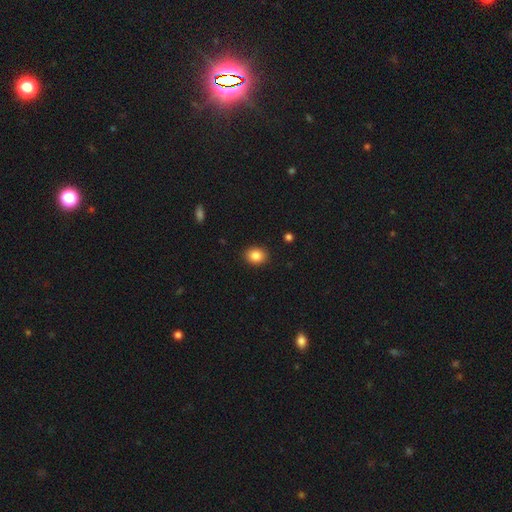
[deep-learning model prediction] This is clearly a smooth galaxy (86%). How rounded: possibly round (54%). Merging: clearly none (90%).